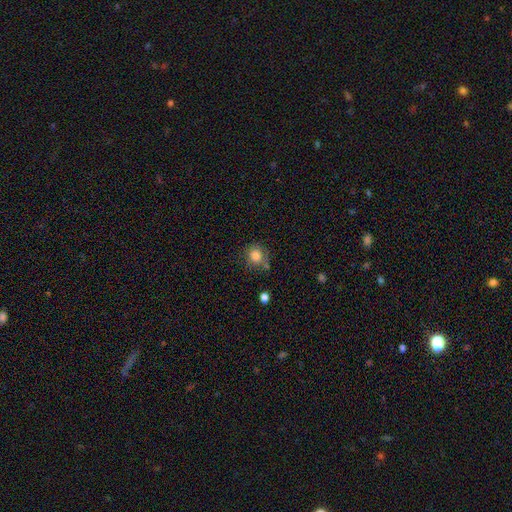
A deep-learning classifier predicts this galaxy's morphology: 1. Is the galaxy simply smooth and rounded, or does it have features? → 82% smooth, 10% star or artifact, 8% featured or disk.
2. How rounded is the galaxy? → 85% round, 14% in between, 1% cigar-shaped.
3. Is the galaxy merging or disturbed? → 68% none, 19% minor disturbance, 7% merger, 6% major disturbance.